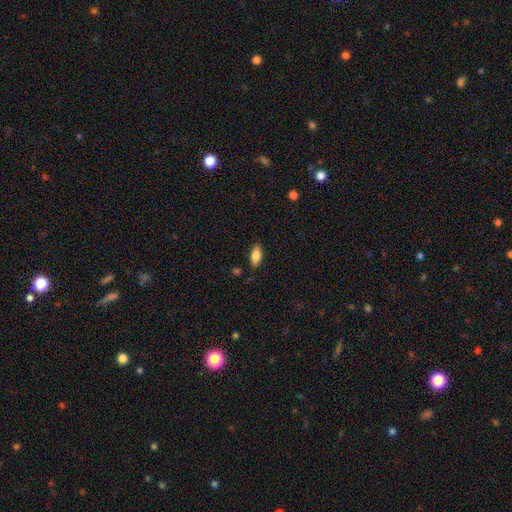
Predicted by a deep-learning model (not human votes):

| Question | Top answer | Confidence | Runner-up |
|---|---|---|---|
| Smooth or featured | smooth | 81% | featured or disk (12%) |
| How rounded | in between | 85% | cigar-shaped (12%) |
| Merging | none | 85% | minor disturbance (11%) |